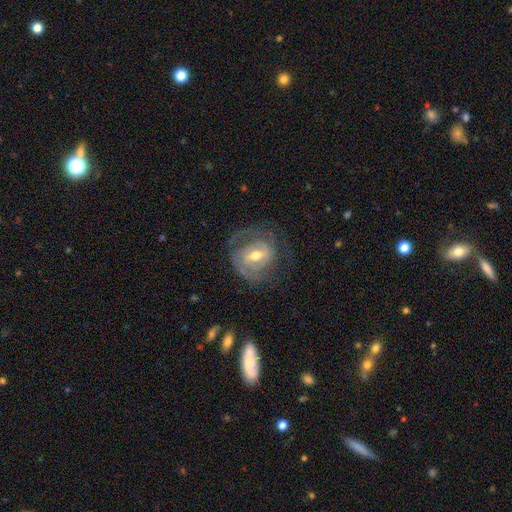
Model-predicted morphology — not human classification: type=featured or disk (80%); edge-on=no (96%); bar=weak (49%); spiral arms=yes (86%); winding=tight (51%); arm count=2 (56%); bulge=moderate (71%); merging=none (64%).